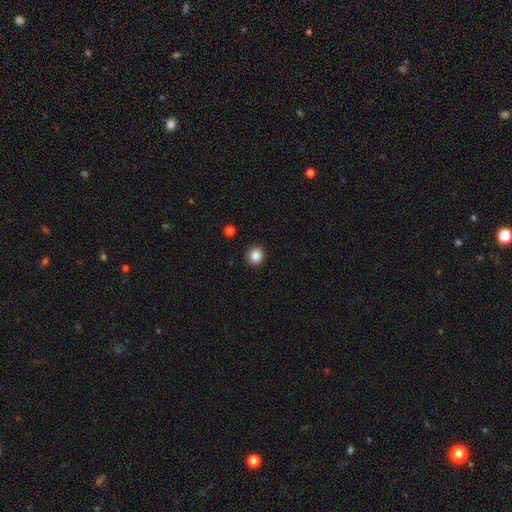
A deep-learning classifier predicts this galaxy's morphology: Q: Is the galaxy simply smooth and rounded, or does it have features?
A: smooth — 85%.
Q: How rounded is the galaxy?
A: round — 93%.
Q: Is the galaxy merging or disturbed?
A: none — 92%.